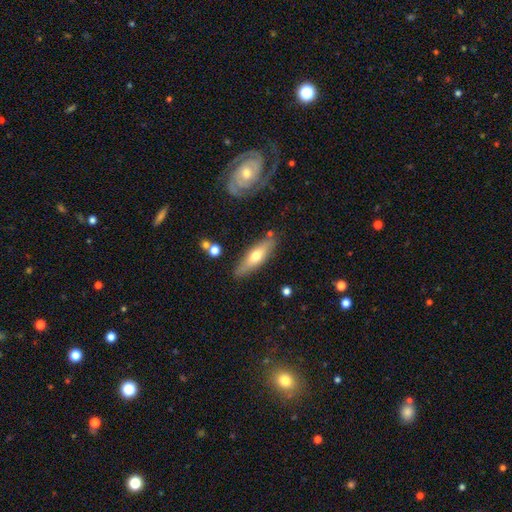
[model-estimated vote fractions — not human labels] Smooth or featured? Predicted: smooth (p=0.52). How rounded? Predicted: cigar-shaped (p=0.61). Merging? Predicted: none (p=0.82).